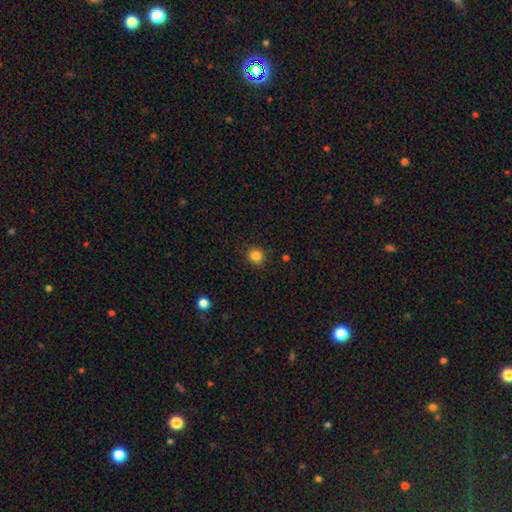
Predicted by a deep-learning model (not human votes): smooth 84%, star or artifact 12%, featured or disk 4%. Down the decision tree: how rounded — round (90%); merging — none (90%).